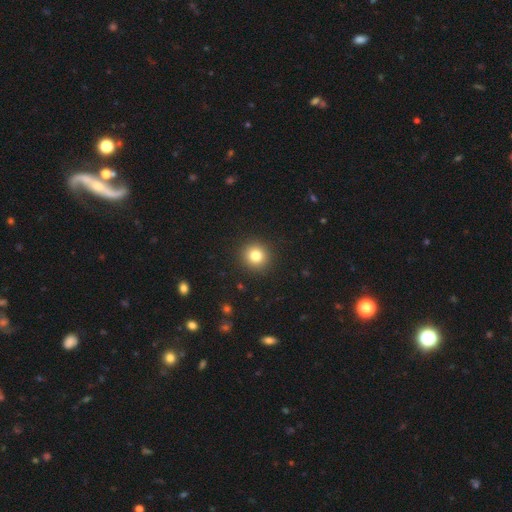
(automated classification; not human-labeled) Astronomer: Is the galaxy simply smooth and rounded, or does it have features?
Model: smooth — 81%.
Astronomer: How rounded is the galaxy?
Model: round — 93%.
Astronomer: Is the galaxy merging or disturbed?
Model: none — 92%.